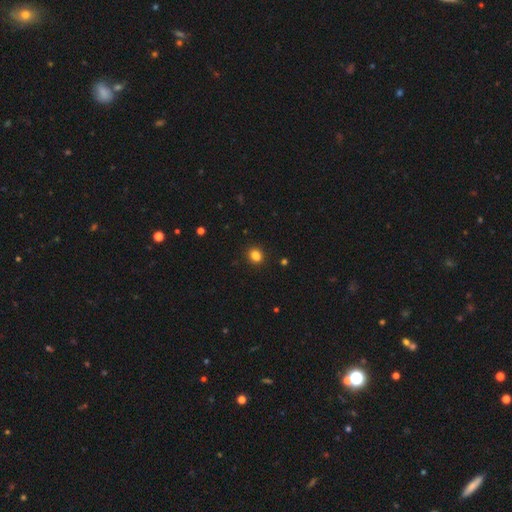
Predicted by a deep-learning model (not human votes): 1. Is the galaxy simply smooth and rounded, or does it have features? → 84% smooth, 12% star or artifact, 4% featured or disk.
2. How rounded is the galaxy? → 62% round, 37% in between, 1% cigar-shaped.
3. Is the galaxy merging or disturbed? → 88% none, 8% minor disturbance, 2% major disturbance, 2% merger.